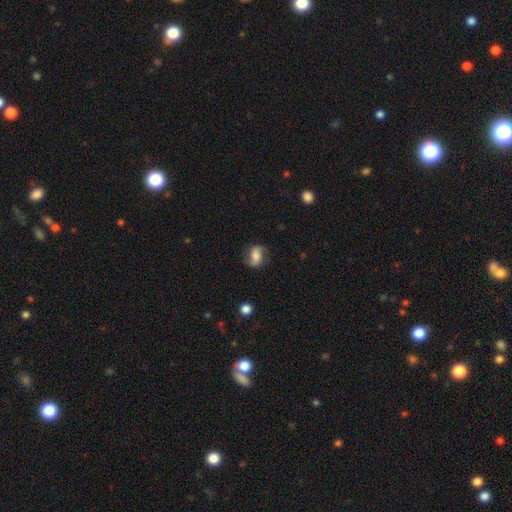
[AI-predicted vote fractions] smooth 50%, featured or disk 41%, star or artifact 9%. Down the decision tree: merging — none (74%).